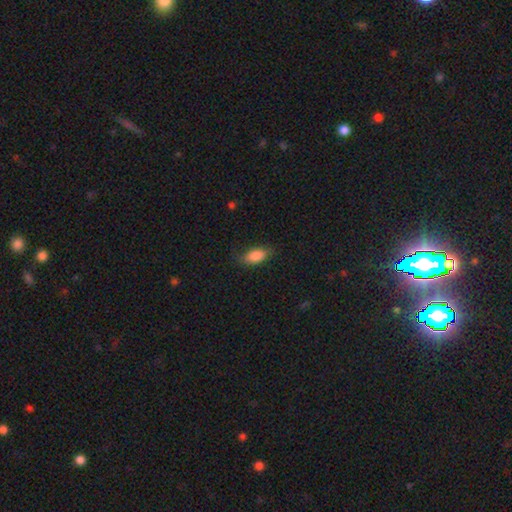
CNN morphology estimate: This is clearly a smooth galaxy (85%). How rounded: clearly in between (88%). Merging: likely none (76%).